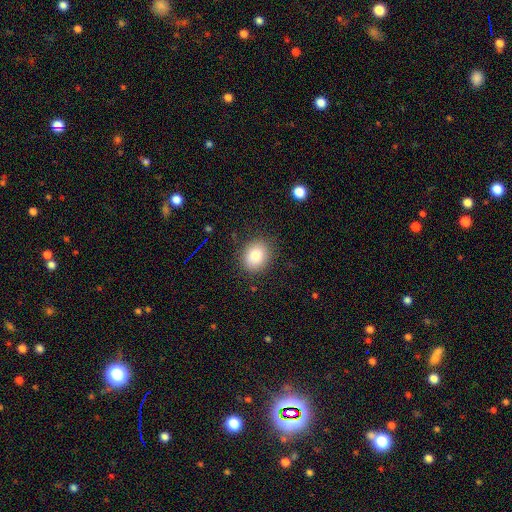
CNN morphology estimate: Overall: smooth (83%). How rounded: round (59%; in between 40%). Merging: none (86%).